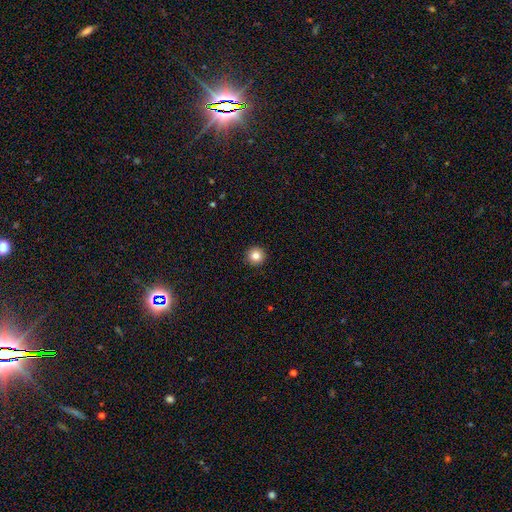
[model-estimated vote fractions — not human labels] Overall: smooth (83%). How rounded: round (96%). Merging: none (93%).